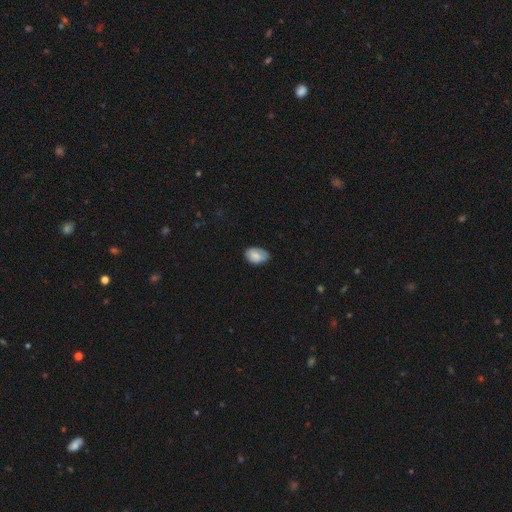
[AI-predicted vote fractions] Smooth or featured? smooth (79%)
How rounded? in between (86%)
Merging? none (69%)